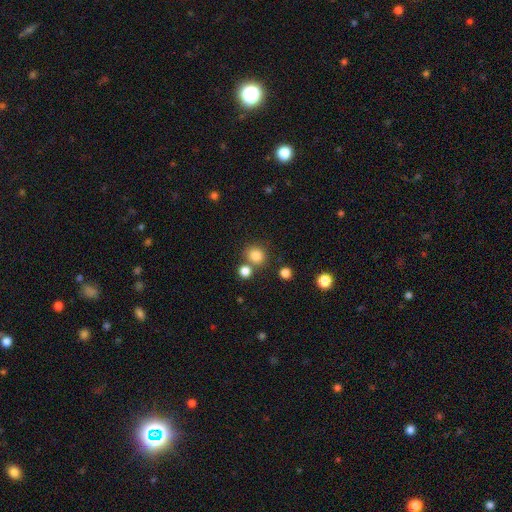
A smooth galaxy with no disk features (92%) that is round (85%).

Vote fractions:
- Smooth or featured? smooth: 92% / featured or disk: 8% / star or artifact: 0%
- How rounded? round: 85% / in between: 15% / cigar-shaped: 0%
- Merging? none: 64% / merger: 22% / minor disturbance: 8% / major disturbance: 6%